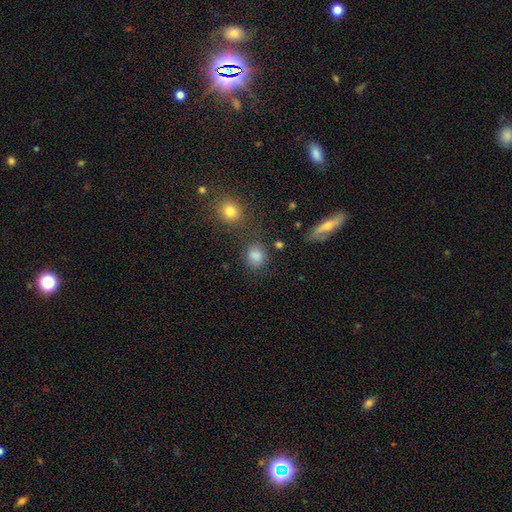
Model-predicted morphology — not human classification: This is clearly a smooth galaxy (82%). How rounded: likely round (67%). Merging: likely none (70%).